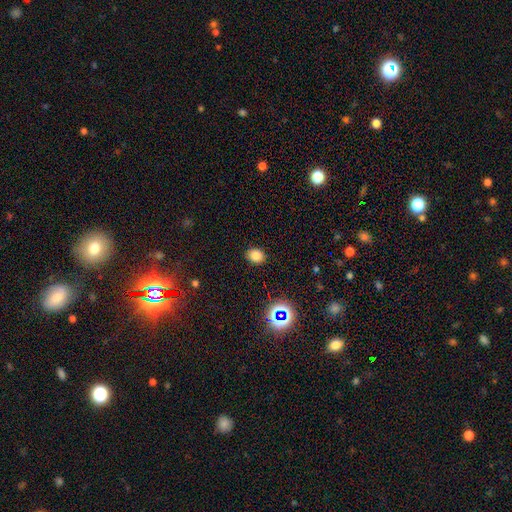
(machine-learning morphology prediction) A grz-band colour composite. It shows a smooth galaxy with no disk features (79%) that is round (54%). Merging: none (89%).